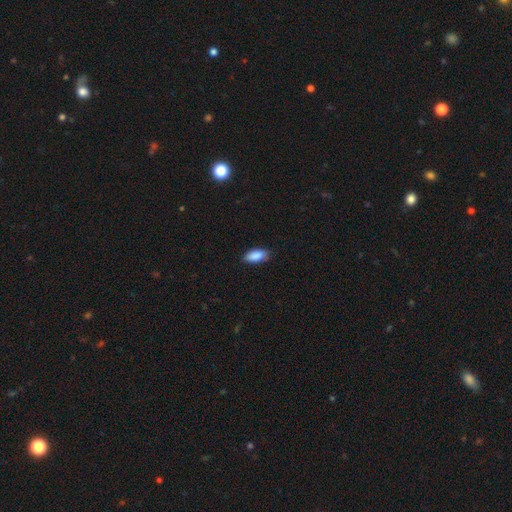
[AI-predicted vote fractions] Smooth or featured: smooth — 89% (star or artifact — 6%)
How rounded: in between — 89% (cigar-shaped — 9%)
Merging: none — 81% (minor disturbance — 16%)